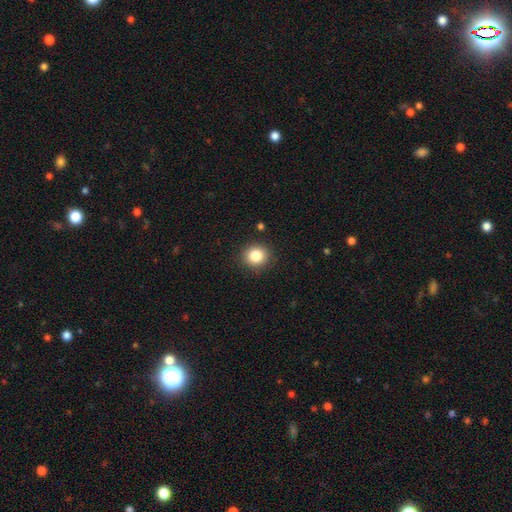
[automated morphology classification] type=smooth (84%); roundness=round (87%); merging=none (90%).